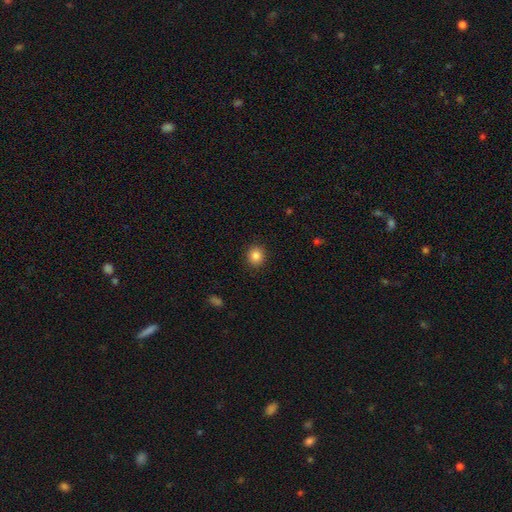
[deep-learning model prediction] Smooth or featured: smooth — 85% (star or artifact — 10%)
How rounded: round — 85% (in between — 14%)
Merging: none — 91% (minor disturbance — 6%)